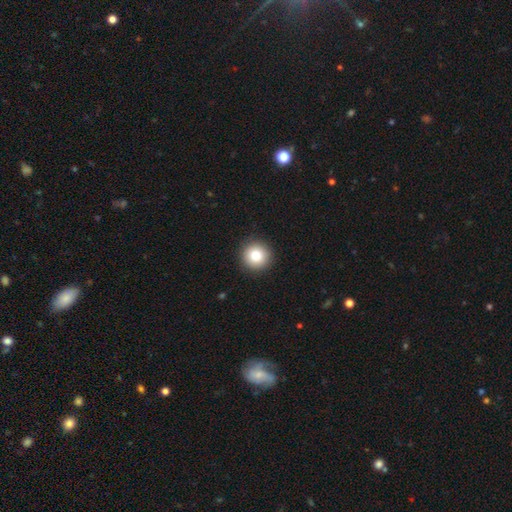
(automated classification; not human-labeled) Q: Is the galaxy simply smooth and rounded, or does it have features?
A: smooth — 82%.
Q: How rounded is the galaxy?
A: round — 95%.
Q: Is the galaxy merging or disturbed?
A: none — 92%.